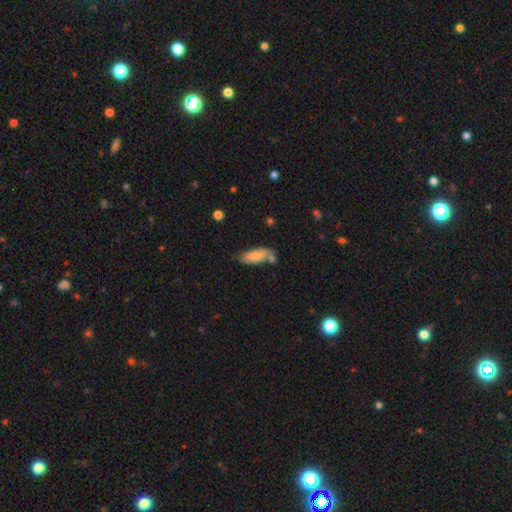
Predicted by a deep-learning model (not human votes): Q: Smooth or featured?
A: smooth (81%); runner-up: featured or disk (13%)
Q: How rounded?
A: in between (69%); runner-up: cigar-shaped (29%)
Q: Merging?
A: none (59%); runner-up: minor disturbance (21%)